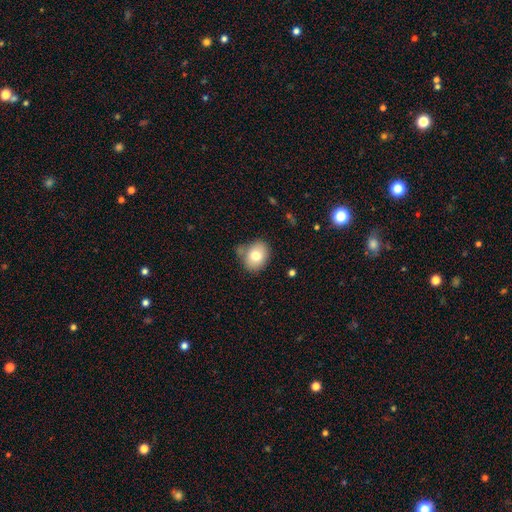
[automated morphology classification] This appears to be a smooth galaxy with no disk features (76%) that is round (51%). Merging: none (66%).